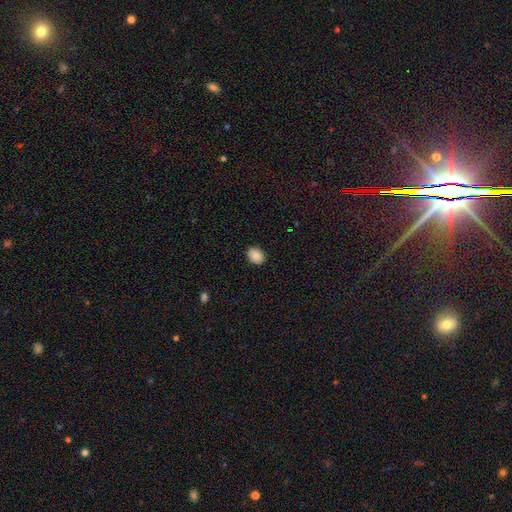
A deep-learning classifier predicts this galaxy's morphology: Smooth or featured? smooth (87%)
How rounded? in between (68%)
Merging? none (89%)